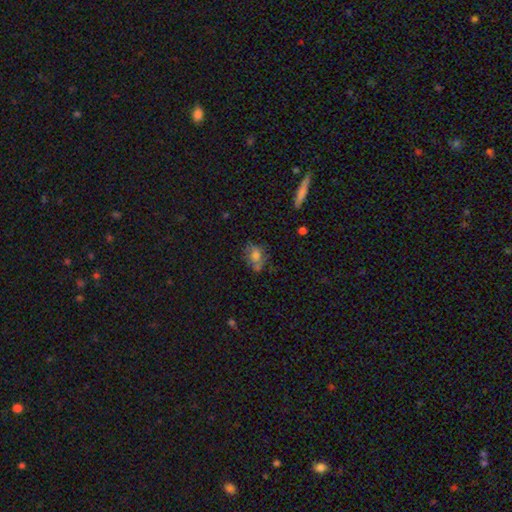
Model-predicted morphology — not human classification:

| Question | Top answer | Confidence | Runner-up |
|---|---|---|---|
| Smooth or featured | smooth | 60% | featured or disk (26%) |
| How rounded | in between | 67% | round (29%) |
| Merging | none | 58% | minor disturbance (25%) |